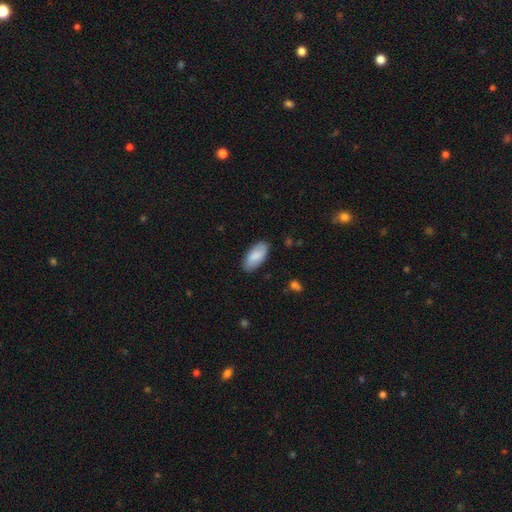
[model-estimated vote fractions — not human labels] Q: Smooth or featured?
A: smooth (82%); runner-up: featured or disk (13%)
Q: How rounded?
A: in between (93%); runner-up: cigar-shaped (5%)
Q: Merging?
A: none (85%); runner-up: minor disturbance (11%)